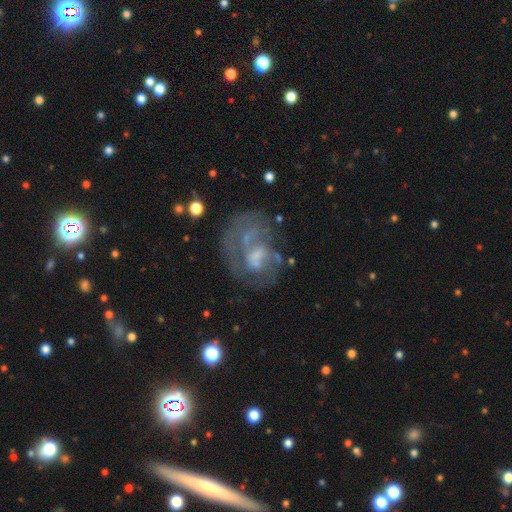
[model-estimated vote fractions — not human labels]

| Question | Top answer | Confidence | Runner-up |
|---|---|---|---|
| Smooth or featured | featured or disk | 73% | smooth (18%) |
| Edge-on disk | no | 97% | yes (3%) |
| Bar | no | 52% | weak (39%) |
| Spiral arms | yes | 68% | no (32%) |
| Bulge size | small | 36% | none (31%) |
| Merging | none | 47% | major disturbance (28%) |